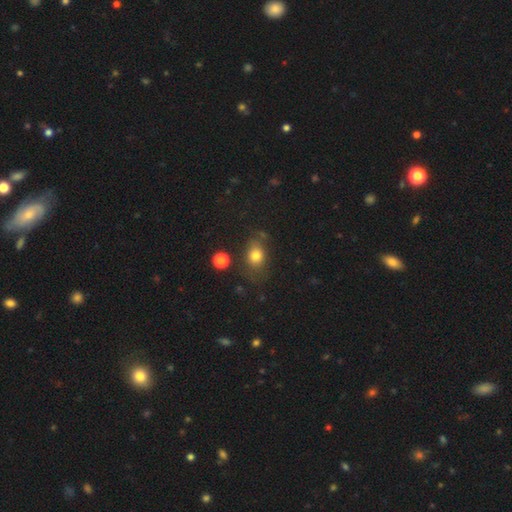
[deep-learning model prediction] The model was most divided on "how rounded": in between: 54%, round: 44%, cigar-shaped: 2%. More confident: smooth or featured — smooth (78%); merging — none (68%).